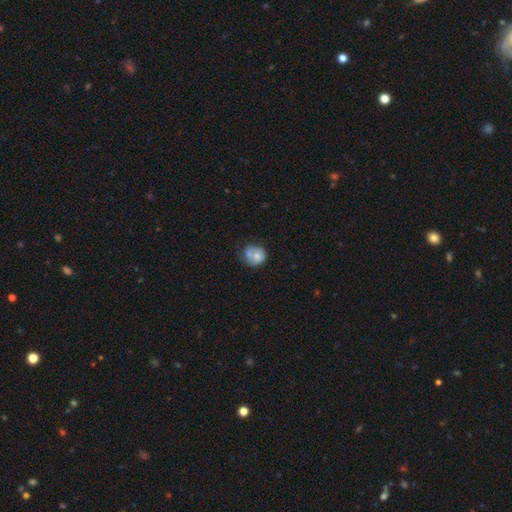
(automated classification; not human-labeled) The model was most divided on "merging": none: 39%, merger: 25%, minor disturbance: 24%, major disturbance: 11%. More confident: how rounded — round (72%); smooth or featured — smooth (65%).